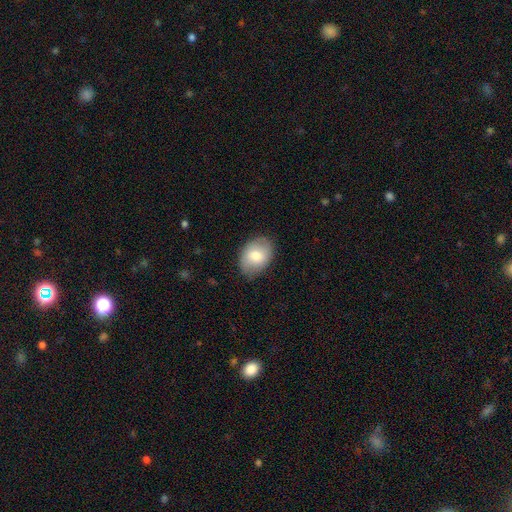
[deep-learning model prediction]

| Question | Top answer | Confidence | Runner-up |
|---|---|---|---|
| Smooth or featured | smooth | 76% | featured or disk (17%) |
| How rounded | in between | 79% | round (20%) |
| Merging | none | 81% | minor disturbance (15%) |